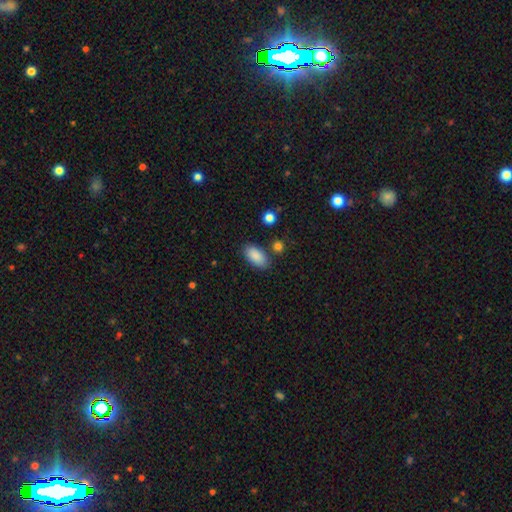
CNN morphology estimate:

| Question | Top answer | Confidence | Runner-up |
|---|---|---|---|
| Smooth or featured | smooth | 88% | star or artifact (7%) |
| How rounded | in between | 92% | cigar-shaped (5%) |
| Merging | none | 80% | minor disturbance (12%) |